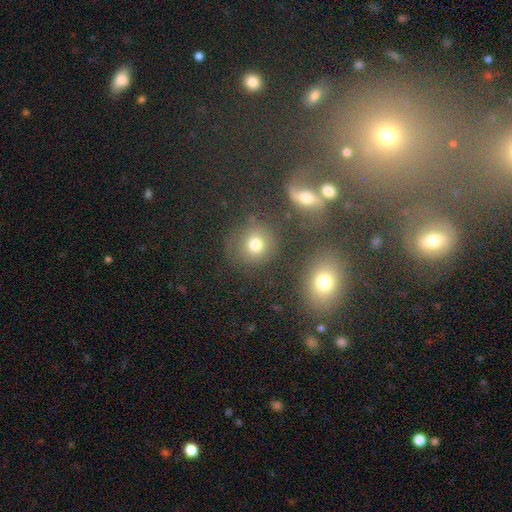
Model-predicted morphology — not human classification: Smooth or featured: smooth — 62% (star or artifact — 24%)
How rounded: round — 81% (in between — 17%)
Merging: none — 78% (minor disturbance — 10%)